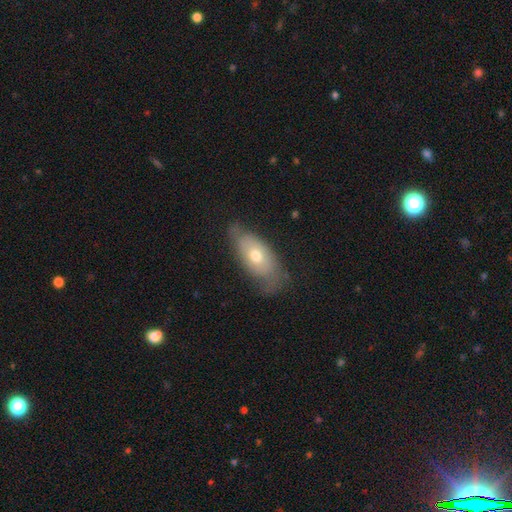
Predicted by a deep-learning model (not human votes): Smooth or featured: smooth — 48% (featured or disk — 44%)
Merging: none — 60% (minor disturbance — 29%)